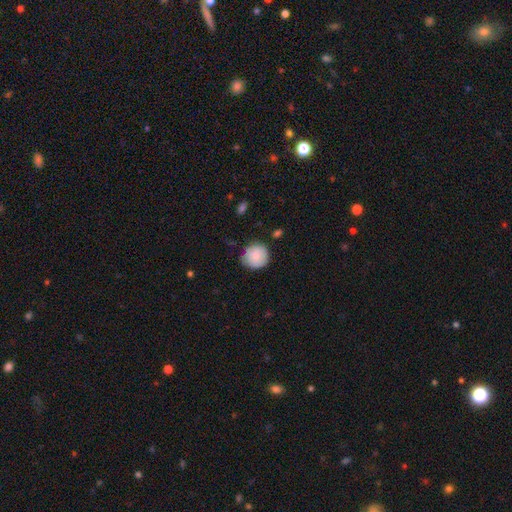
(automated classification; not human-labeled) Q: Smooth or featured?
A: smooth (82%); runner-up: featured or disk (11%)
Q: How rounded?
A: round (92%); runner-up: in between (7%)
Q: Merging?
A: none (75%); runner-up: minor disturbance (20%)